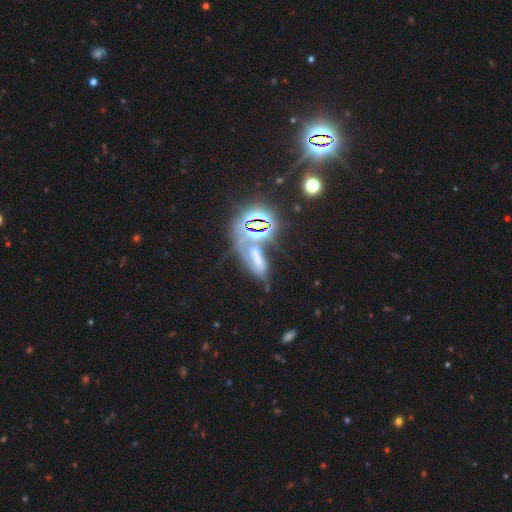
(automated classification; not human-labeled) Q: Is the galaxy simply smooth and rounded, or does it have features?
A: star or artifact — 48%.